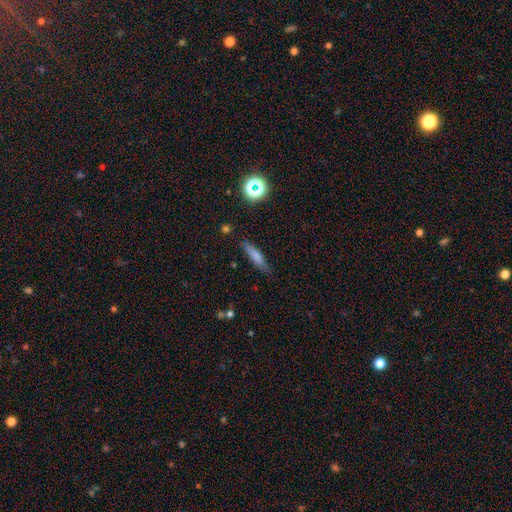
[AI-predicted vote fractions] Smooth or featured? Predicted: smooth (p=0.70). How rounded? Predicted: cigar-shaped (p=0.74). Merging? Predicted: none (p=0.76).